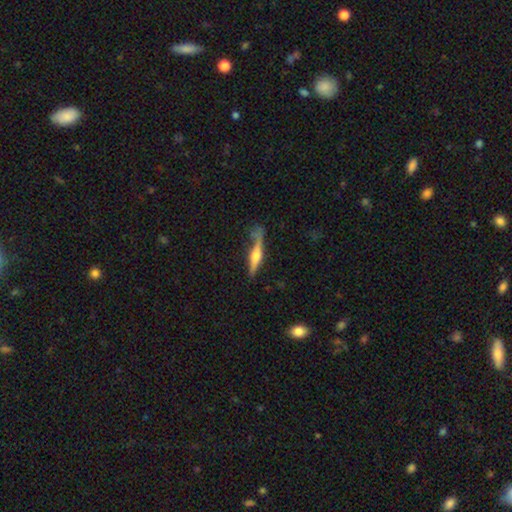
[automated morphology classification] featured or disk 61%, smooth 34%, star or artifact 6%. Down the decision tree: edge-on disk — yes (95%); edge-on bulge — rounded (88%); merging — none (62%).